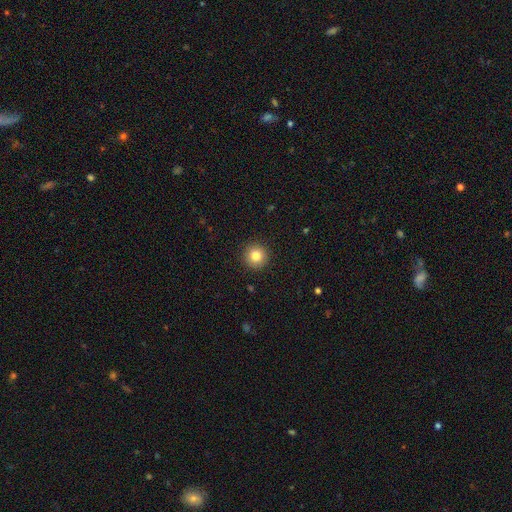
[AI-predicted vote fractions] A smooth galaxy with no disk features (83%) that is round (95%). Merging: none (92%).